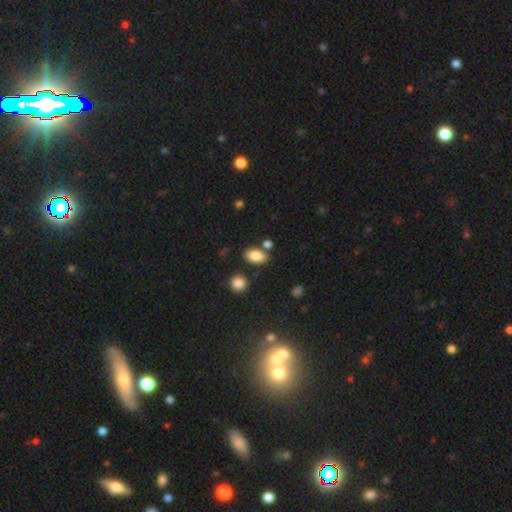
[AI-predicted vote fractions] A smooth galaxy with no disk features (84%) that is in between round and cigar-shaped (89%). Merging: none (74%).